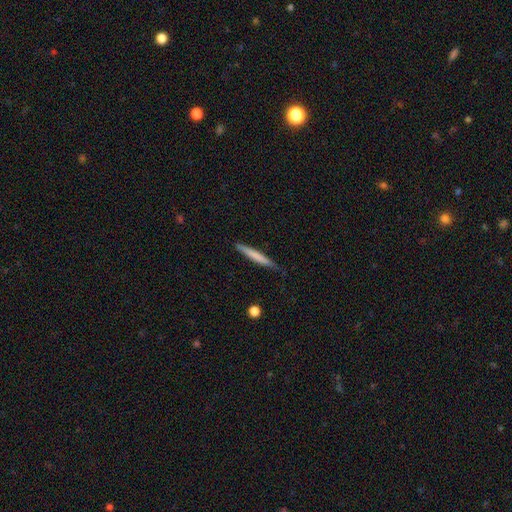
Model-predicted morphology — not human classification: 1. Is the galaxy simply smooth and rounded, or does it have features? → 64% smooth, 31% featured or disk, 5% star or artifact.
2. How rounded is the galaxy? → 96% cigar-shaped, 3% in between, 1% round.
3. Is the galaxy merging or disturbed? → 81% none, 15% minor disturbance, 2% major disturbance, 2% merger.